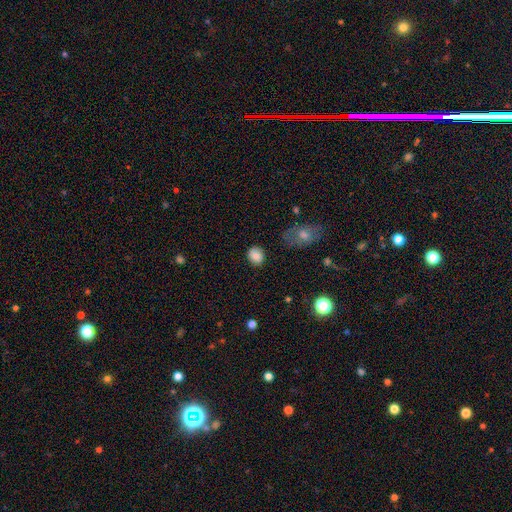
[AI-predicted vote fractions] Smooth or featured? smooth (82%)
How rounded? round (67%)
Merging? none (80%)